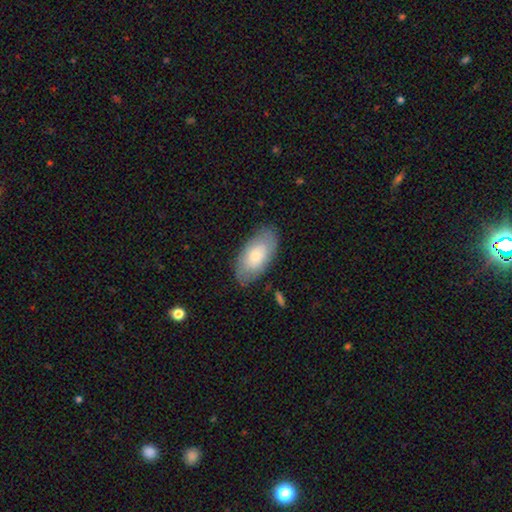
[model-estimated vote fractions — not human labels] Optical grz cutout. It shows a smooth galaxy with no disk features (68%) that is in between round and cigar-shaped (93%). Merging: none (81%).